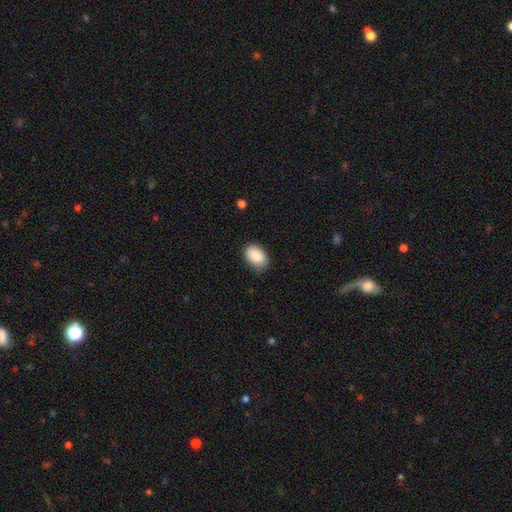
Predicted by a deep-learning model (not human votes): smooth-or-featured: smooth: 89% | star or artifact: 7% | featured or disk: 4%
  how-rounded: in between: 85% | round: 14% | cigar-shaped: 1%
  merging: none: 75% | minor disturbance: 20% | major disturbance: 3% | merger: 1%